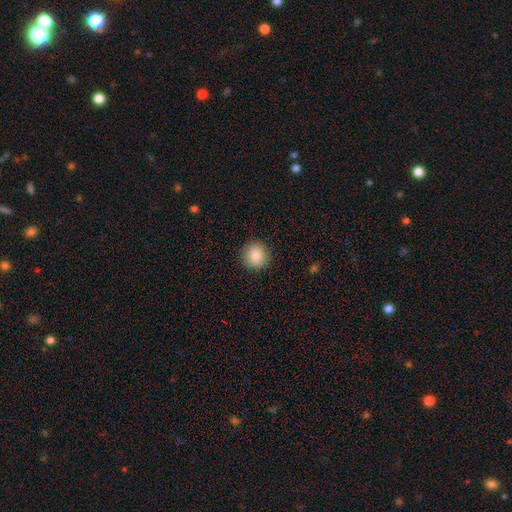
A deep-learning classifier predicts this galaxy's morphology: smooth 87%, star or artifact 8%, featured or disk 5%. Down the decision tree: how rounded — round (93%); merging — none (91%).